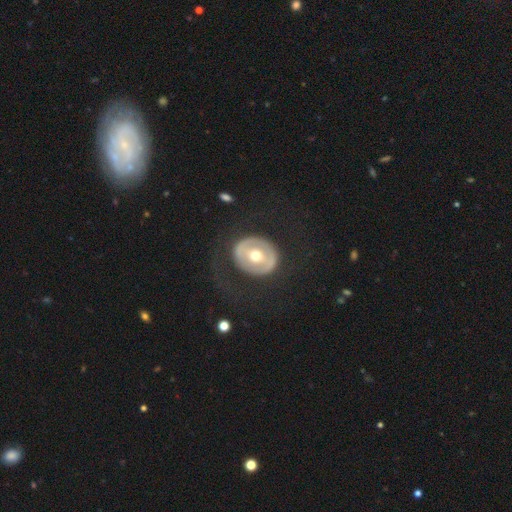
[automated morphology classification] The model was most divided on "smooth or featured": featured or disk: 58%, smooth: 36%, star or artifact: 6%. More confident: edge-on disk — no (95%); spiral arms — no (79%); bulge size — moderate (74%); merging — none (69%); bar — no (51%).